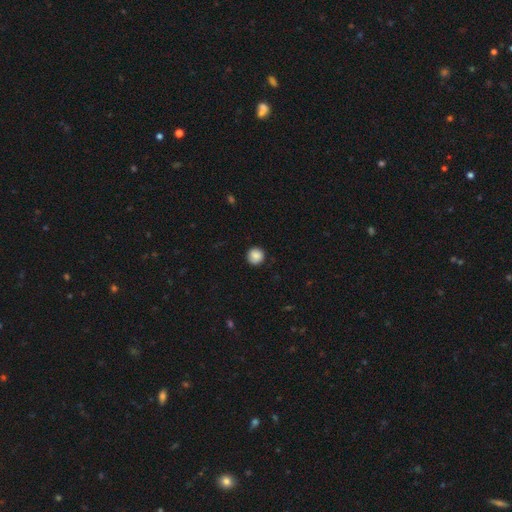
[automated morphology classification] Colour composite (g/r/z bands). It shows a smooth galaxy with no disk features (88%) that is round (94%). Merging: none (89%).